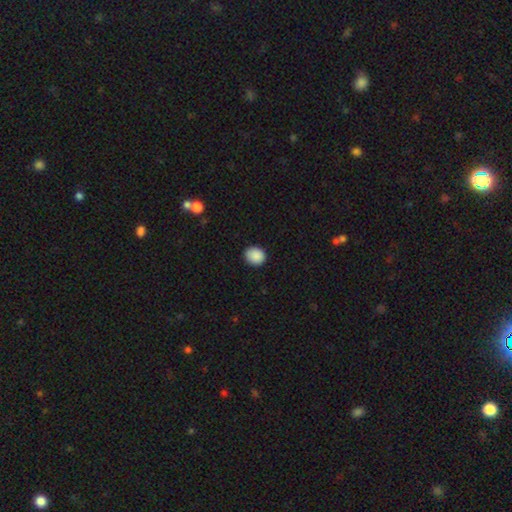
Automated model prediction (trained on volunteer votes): Smooth or featured: smooth — 89% (star or artifact — 8%)
How rounded: round — 74% (in between — 25%)
Merging: none — 88% (minor disturbance — 9%)